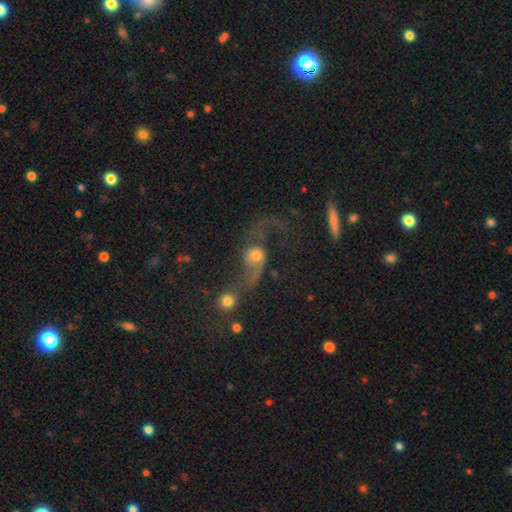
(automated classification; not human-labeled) This is possibly a featured or disk galaxy (60%). It is clearly not viewed edge-on (93%). Bar: likely no (75%). Spiral arm pattern: clearly yes (80%). Central bulge: possibly moderate (50%). Merging: marginally merger (36%).